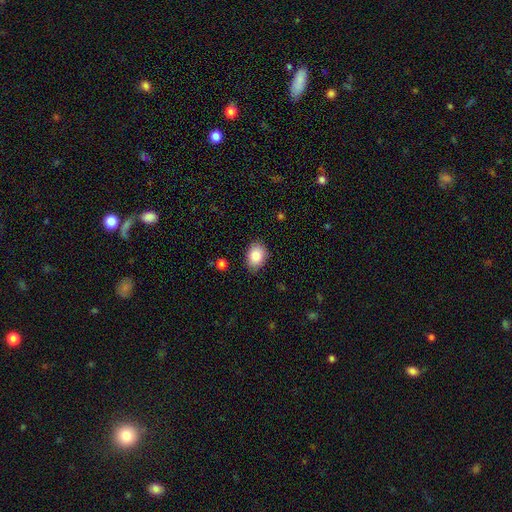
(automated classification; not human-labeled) This appears to be a smooth galaxy with no disk features (84%) that is in between round and cigar-shaped (69%). Merging: none (86%).